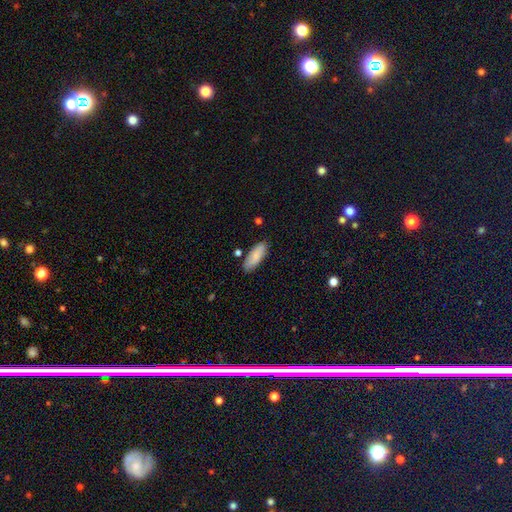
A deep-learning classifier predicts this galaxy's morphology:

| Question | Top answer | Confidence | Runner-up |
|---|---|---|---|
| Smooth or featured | smooth | 87% | featured or disk (8%) |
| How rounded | in between | 73% | cigar-shaped (26%) |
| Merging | none | 84% | minor disturbance (11%) |